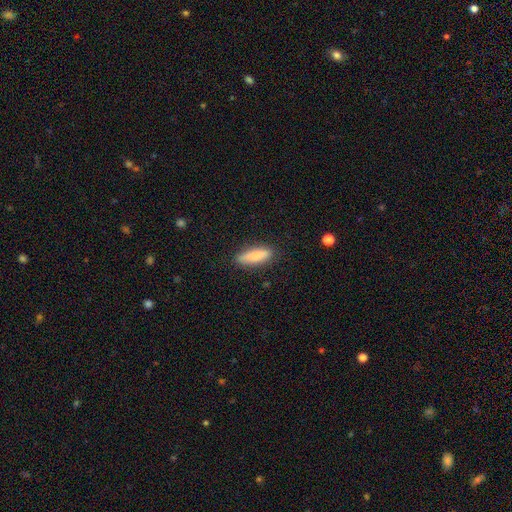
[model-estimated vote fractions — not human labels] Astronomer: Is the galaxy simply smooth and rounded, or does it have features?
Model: smooth — 84%.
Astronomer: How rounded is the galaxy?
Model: cigar-shaped — 57% (runner-up: in between, 42%).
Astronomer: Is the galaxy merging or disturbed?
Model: none — 85%.